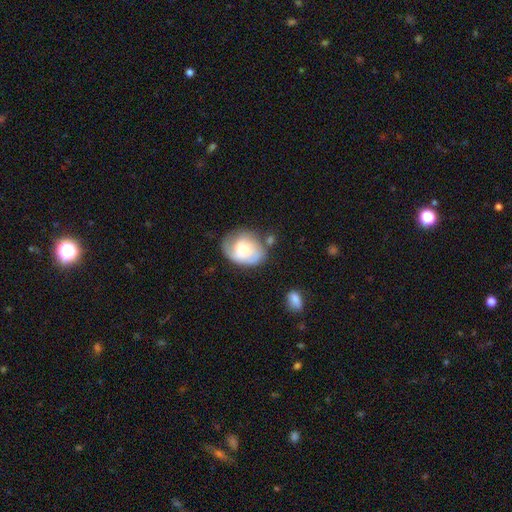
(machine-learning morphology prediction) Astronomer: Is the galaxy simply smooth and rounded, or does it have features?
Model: smooth — 48% (runner-up: featured or disk, 45%).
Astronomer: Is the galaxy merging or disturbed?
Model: none — 54%.